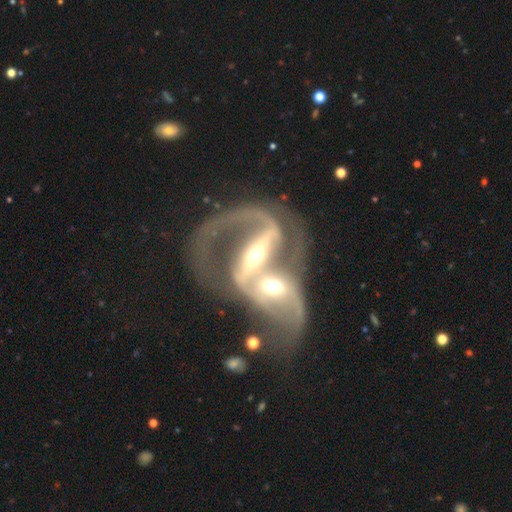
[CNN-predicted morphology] featured or disk 87%, smooth 8%, star or artifact 6%. Down the decision tree: edge-on disk — no (93%); bar — strong (66%); spiral arms — yes (88%); spiral arm count — 2 (76%); spiral winding — medium (45%); bulge size — moderate (58%); merging — merger (74%).